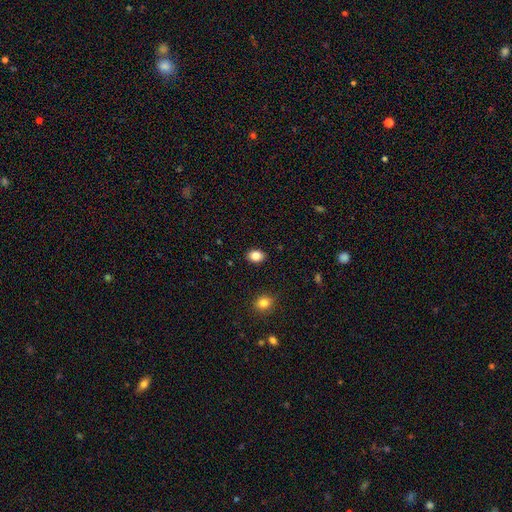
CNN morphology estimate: type=smooth (86%); roundness=in between (73%); merging=none (89%).